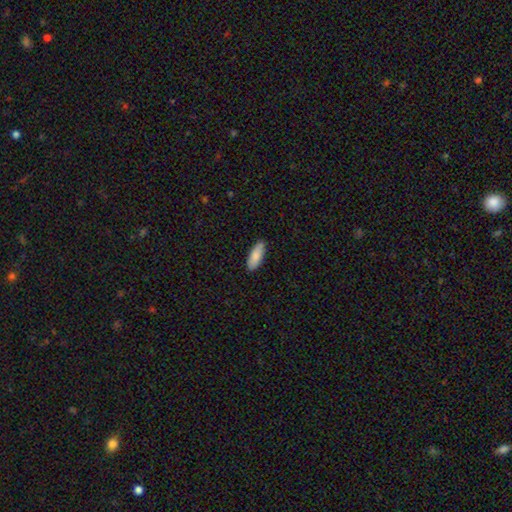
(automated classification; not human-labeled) smooth 86%, featured or disk 8%, star or artifact 5%. Down the decision tree: how rounded — in between (71%); merging — none (88%).